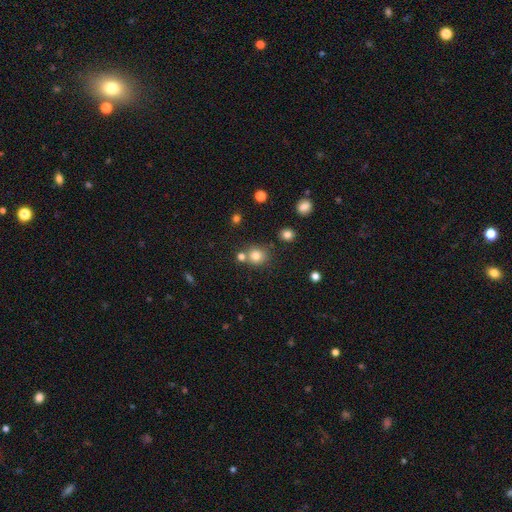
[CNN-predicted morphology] smooth 79%, star or artifact 14%, featured or disk 7%. Down the decision tree: how rounded — round (84%); merging — none (65%).